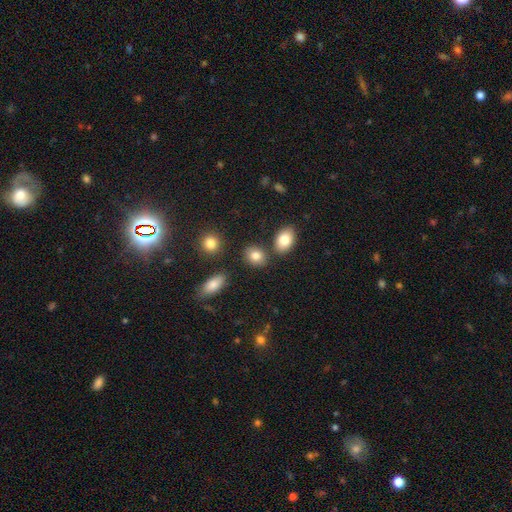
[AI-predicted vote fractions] This appears to be a smooth galaxy with no disk features (83%) that is in between round and cigar-shaped (59%). Merging: none (78%).